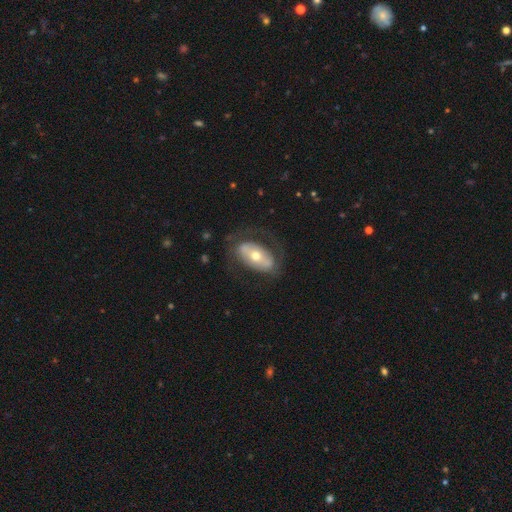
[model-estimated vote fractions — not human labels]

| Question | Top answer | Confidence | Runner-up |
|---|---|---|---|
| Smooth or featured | featured or disk | 61% | smooth (34%) |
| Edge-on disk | no | 90% | yes (10%) |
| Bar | no | 49% | strong (28%) |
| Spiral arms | no | 54% | yes (46%) |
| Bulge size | moderate | 61% | small (31%) |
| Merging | none | 65% | minor disturbance (17%) |